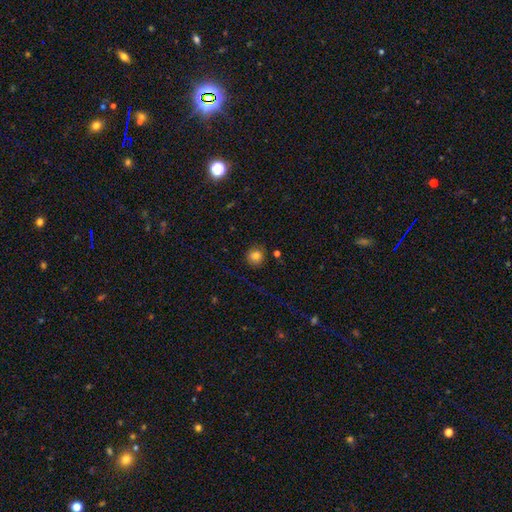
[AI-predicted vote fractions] smooth-or-featured: smooth: 81% | star or artifact: 12% | featured or disk: 7%
  how-rounded: round: 92% | in between: 7% | cigar-shaped: 1%
  merging: none: 85% | minor disturbance: 10% | major disturbance: 3% | merger: 2%